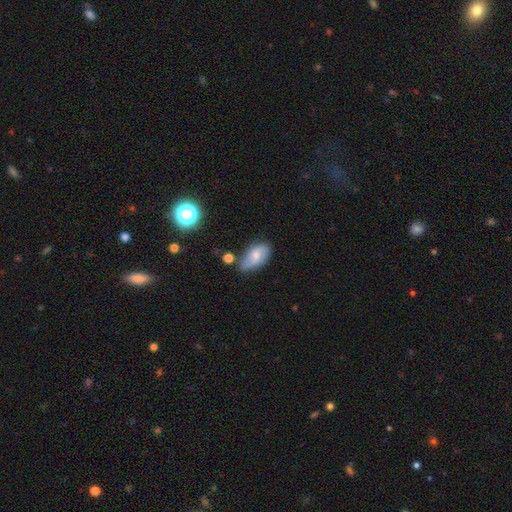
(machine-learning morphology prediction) Overall: smooth (61%; featured or disk 31%). How rounded: in between (92%). Merging: none (50%; minor disturbance 32%).